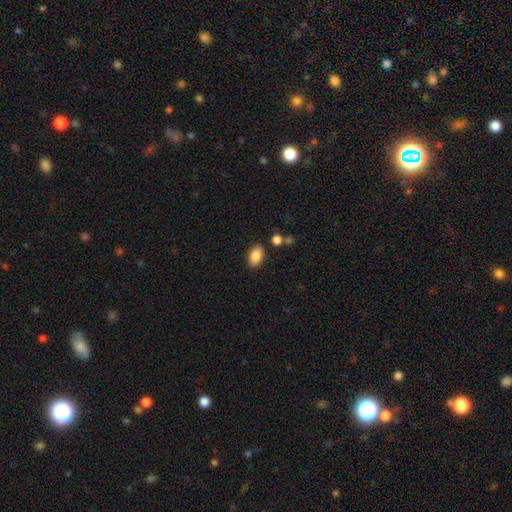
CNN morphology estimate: smooth 88%, star or artifact 8%, featured or disk 5%. Down the decision tree: how rounded — in between (91%); merging — none (84%).